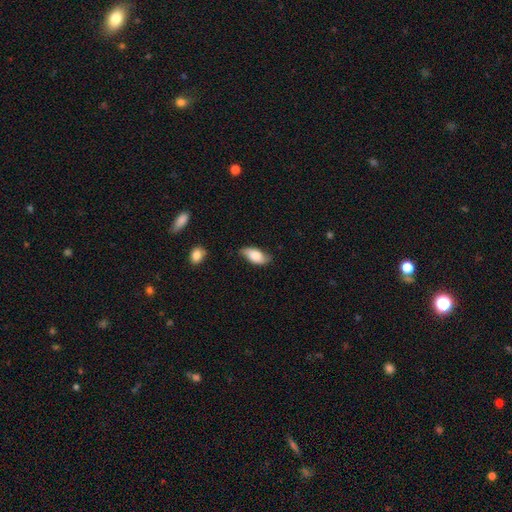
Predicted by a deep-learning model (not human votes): A smooth galaxy with no disk features (75%) that is in between round and cigar-shaped (90%).

Vote fractions:
- Smooth or featured? smooth: 75% / featured or disk: 18% / star or artifact: 7%
- How rounded? in between: 90% / cigar-shaped: 7% / round: 3%
- Merging? none: 64% / minor disturbance: 28% / major disturbance: 5% / merger: 2%